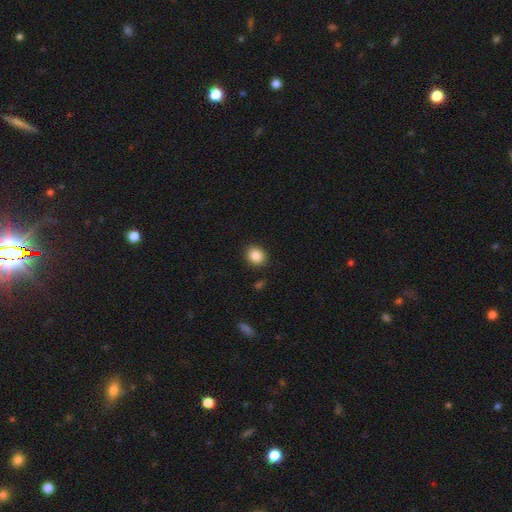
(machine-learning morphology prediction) Smooth or featured? Predicted: smooth (p=0.87). How rounded? Predicted: round (p=0.69). Merging? Predicted: none (p=0.89).